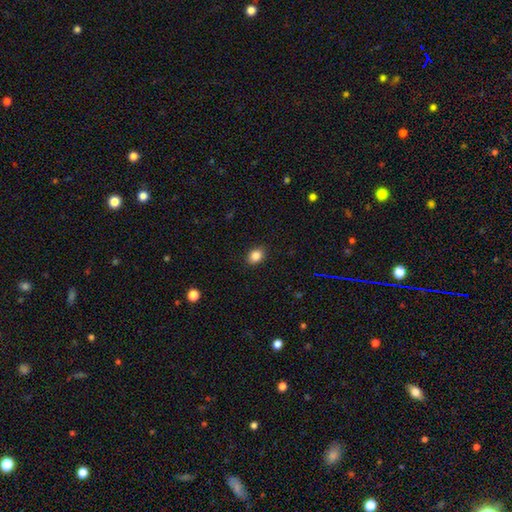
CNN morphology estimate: smooth 85%, star or artifact 10%, featured or disk 5%. Down the decision tree: how rounded — in between (63%); merging — none (89%).